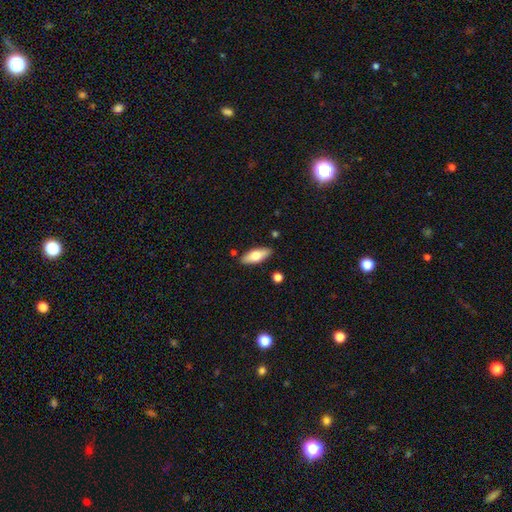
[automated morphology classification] This appears to be a smooth galaxy with no disk features (65%) that is in between round and cigar-shaped (72%). Merging: none (85%).